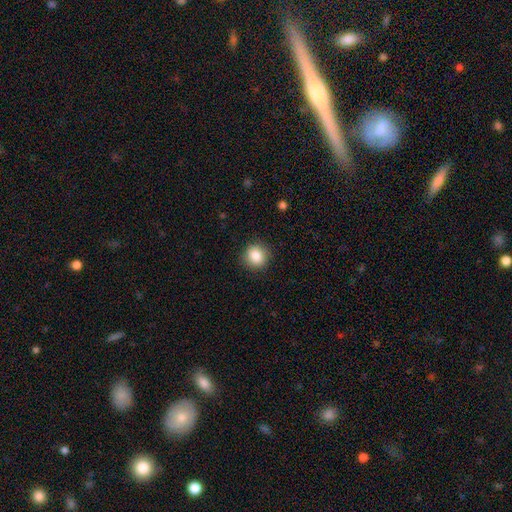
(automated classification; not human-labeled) Smooth or featured? Predicted: smooth (p=0.86). How rounded? Predicted: round (p=0.86). Merging? Predicted: none (p=0.88).